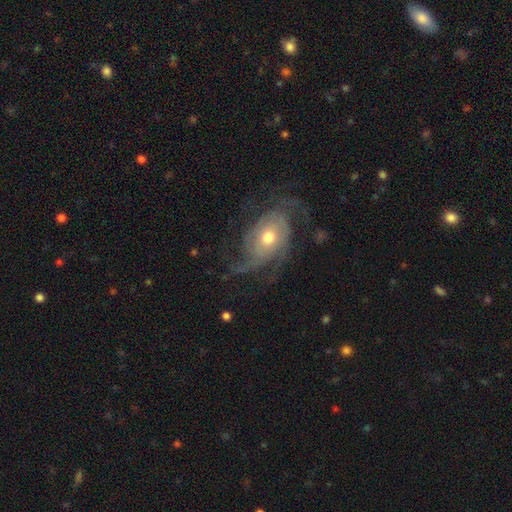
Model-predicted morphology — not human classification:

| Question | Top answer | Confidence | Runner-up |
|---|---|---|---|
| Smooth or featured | featured or disk | 77% | star or artifact (12%) |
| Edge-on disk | no | 95% | yes (5%) |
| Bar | no | 72% | weak (21%) |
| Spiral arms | yes | 93% | no (7%) |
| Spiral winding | tight | 41% | medium (40%) |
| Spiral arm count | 2 | 33% | can't tell (24%) |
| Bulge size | moderate | 59% | small (33%) |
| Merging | none | 70% | minor disturbance (17%) |